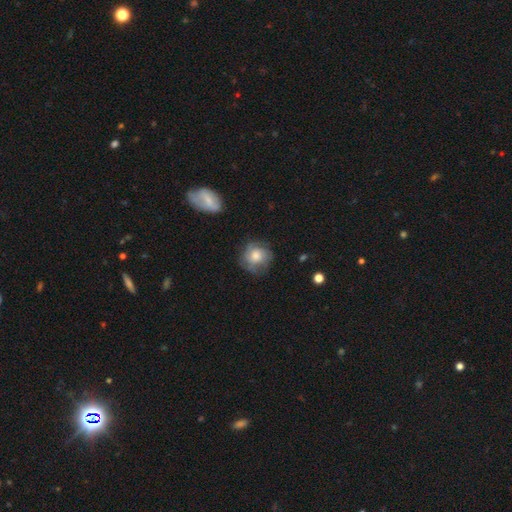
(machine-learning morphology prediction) Smooth or featured? Predicted: smooth (p=0.50). How rounded? Predicted: round (p=0.85). Merging? Predicted: none (p=0.69).